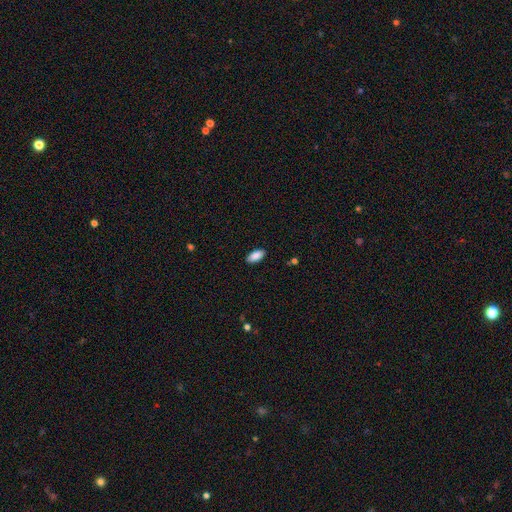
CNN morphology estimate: Smooth or featured? smooth (89%)
How rounded? in between (91%)
Merging? none (89%)